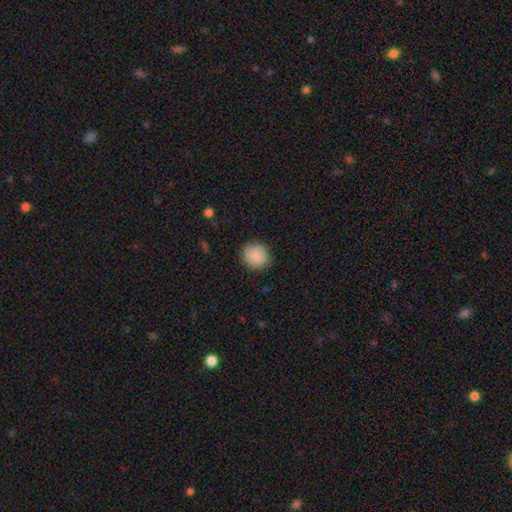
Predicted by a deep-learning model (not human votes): The model was most divided on "merging": none: 85%, minor disturbance: 11%, major disturbance: 3%, merger: 1%. More confident: how rounded — round (88%); smooth or featured — smooth (87%).